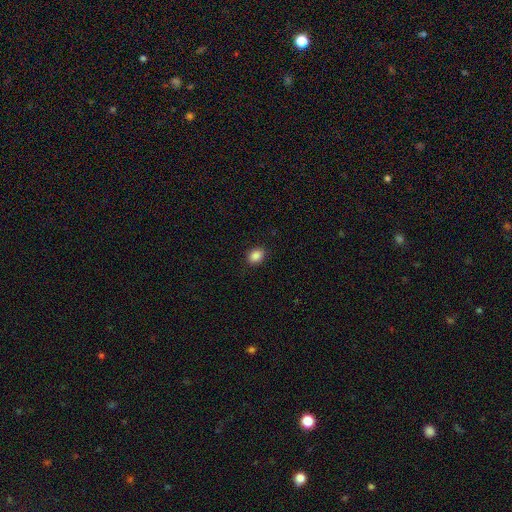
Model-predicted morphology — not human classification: smooth 88%, star or artifact 9%, featured or disk 3%. Down the decision tree: how rounded — in between (64%); merging — none (89%).